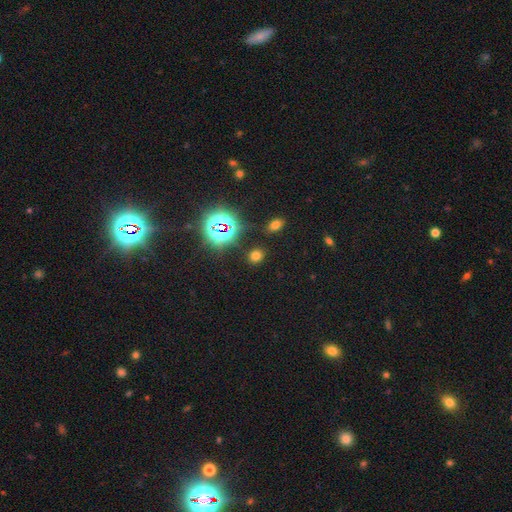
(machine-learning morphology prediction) Smooth or featured?
  - smooth: 62% *
  - star or artifact: 32%
  - featured or disk: 6%
How rounded?
  - round: 61% *
  - in between: 38%
  - cigar-shaped: 2%
Merging?
  - none: 84% *
  - minor disturbance: 9%
  - merger: 3%
  - major disturbance: 3%